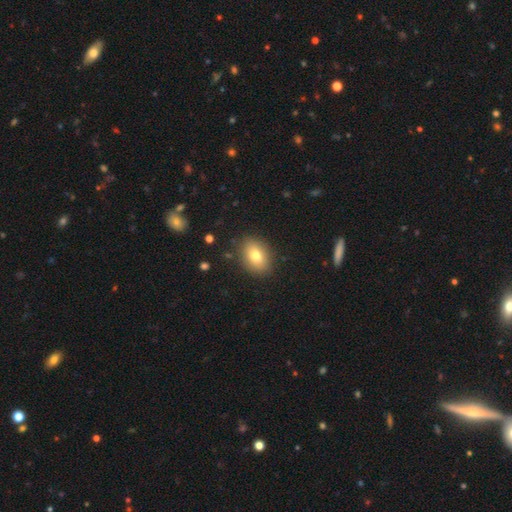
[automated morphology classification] Smooth or featured? Predicted: smooth (p=0.78). How rounded? Predicted: in between (p=0.77). Merging? Predicted: none (p=0.86).